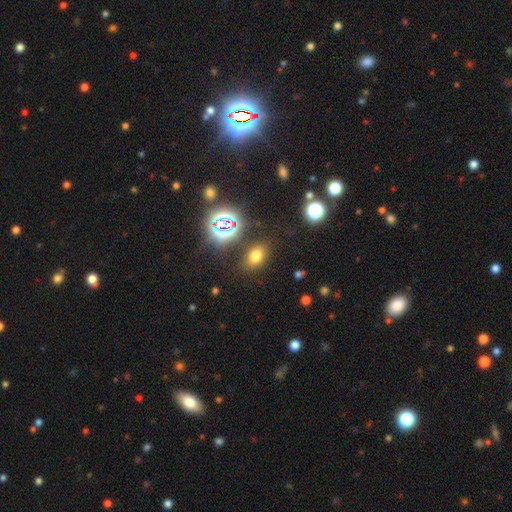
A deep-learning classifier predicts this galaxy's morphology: This appears to be a smooth galaxy with no disk features (65%) that is in between round and cigar-shaped (77%). Merging: none (83%).